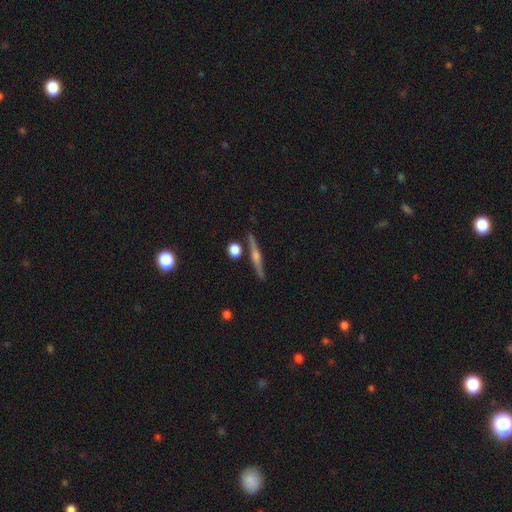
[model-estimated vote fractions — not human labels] This appears to be a featured or disk galaxy (77%) viewed edge-on (97%) with a rounded central bulge (86%). Merging: none (87%).